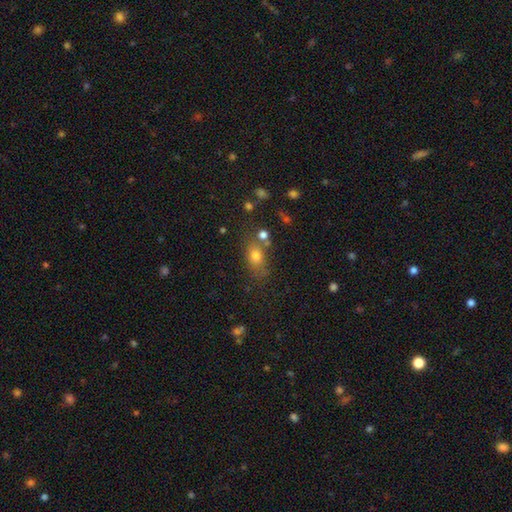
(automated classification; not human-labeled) Smooth or featured? smooth (72%)
How rounded? in between (67%)
Merging? none (65%)